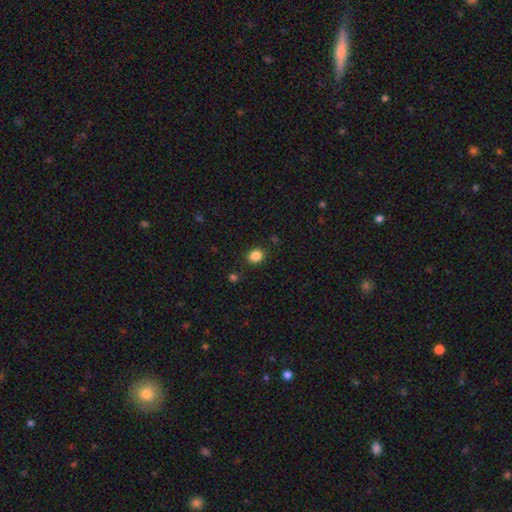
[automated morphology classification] Overall: smooth (85%). How rounded: round (58%; in between 41%). Merging: none (86%).